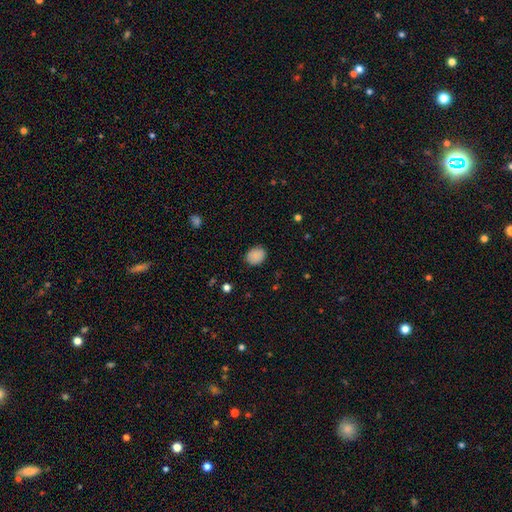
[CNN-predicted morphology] Q: Smooth or featured?
A: smooth (88%); runner-up: star or artifact (8%)
Q: How rounded?
A: round (52%); runner-up: in between (47%)
Q: Merging?
A: none (85%); runner-up: minor disturbance (11%)